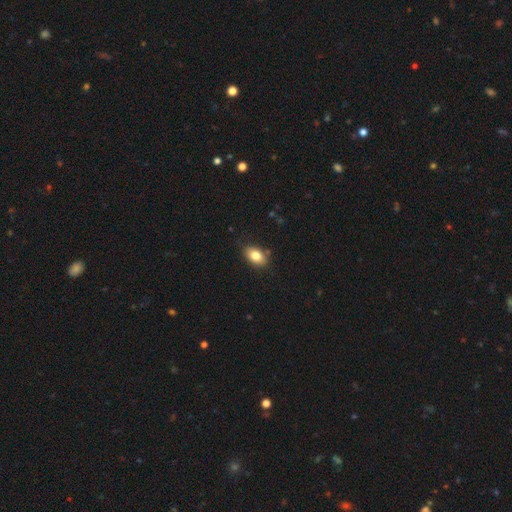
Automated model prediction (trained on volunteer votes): Smooth or featured?
  - smooth: 81% *
  - featured or disk: 11%
  - star or artifact: 8%
How rounded?
  - in between: 87% *
  - round: 11%
  - cigar-shaped: 2%
Merging?
  - none: 81% *
  - minor disturbance: 15%
  - major disturbance: 3%
  - merger: 2%